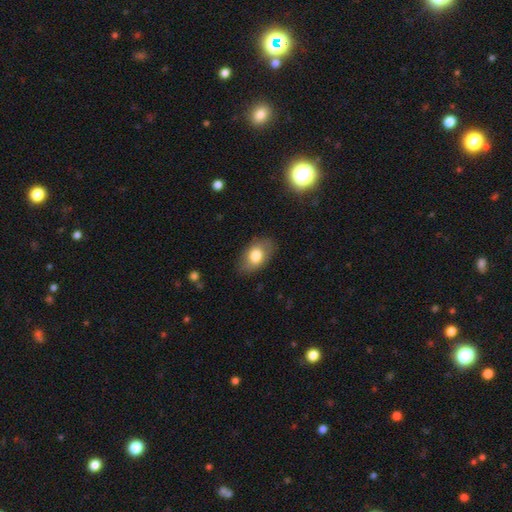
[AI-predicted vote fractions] The model was most divided on "smooth or featured": smooth: 76%, featured or disk: 17%, star or artifact: 7%. More confident: how rounded — in between (88%); merging — none (79%).